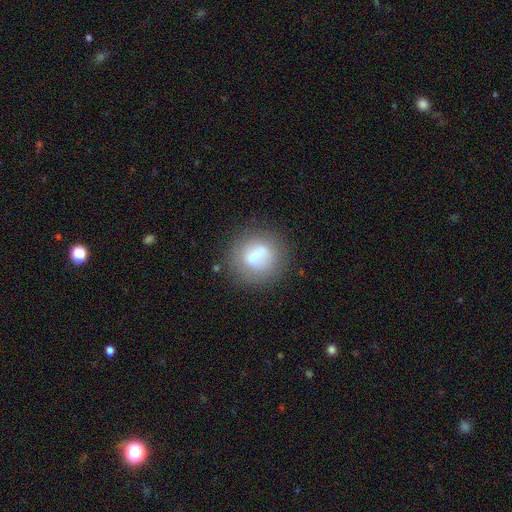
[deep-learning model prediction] smooth-or-featured: smooth: 63% | featured or disk: 26% | star or artifact: 10%
  how-rounded: round: 79% | in between: 19% | cigar-shaped: 2%
  merging: none: 66% | minor disturbance: 16% | merger: 11% | major disturbance: 7%